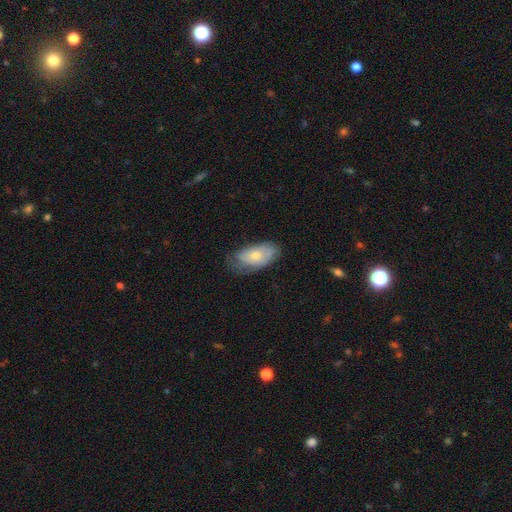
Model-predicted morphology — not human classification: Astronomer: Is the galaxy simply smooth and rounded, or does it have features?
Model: smooth — 51% (runner-up: featured or disk, 43%).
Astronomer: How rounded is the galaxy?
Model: in between — 91%.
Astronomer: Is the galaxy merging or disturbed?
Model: none — 50% (runner-up: minor disturbance, 34%).